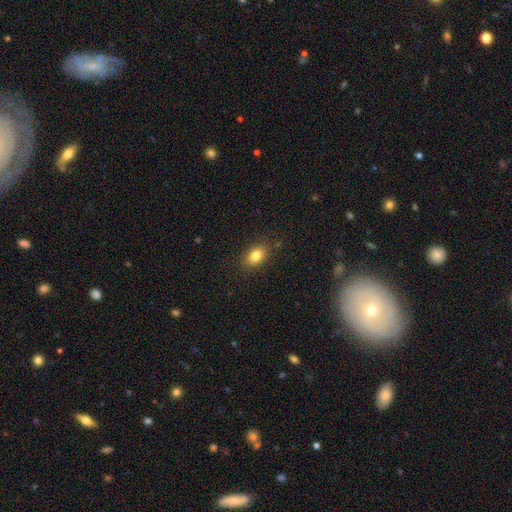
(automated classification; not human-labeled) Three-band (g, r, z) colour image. It shows a smooth galaxy with no disk features (82%) that is in between round and cigar-shaped (80%). Merging: none (86%).